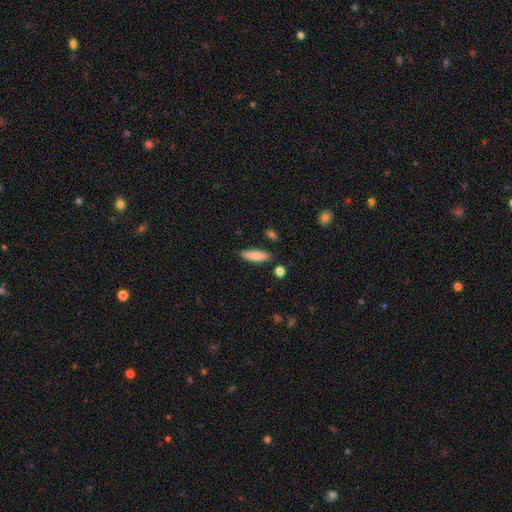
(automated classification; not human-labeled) Smooth or featured: smooth — 83% (featured or disk — 11%)
How rounded: cigar-shaped — 63% (in between — 35%)
Merging: none — 84% (minor disturbance — 11%)